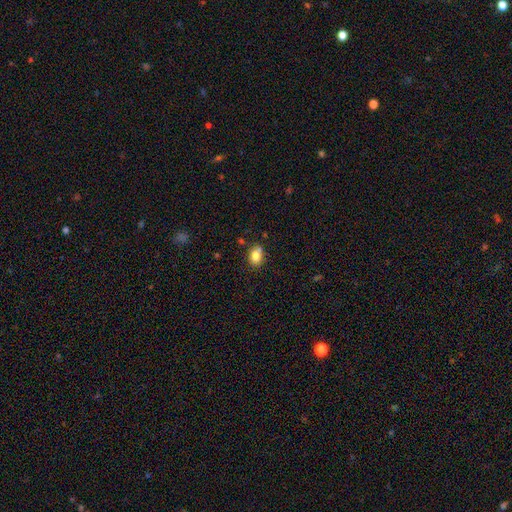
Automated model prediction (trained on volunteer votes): smooth 81%, star or artifact 10%, featured or disk 9%. Down the decision tree: how rounded — in between (62%); merging — none (67%).